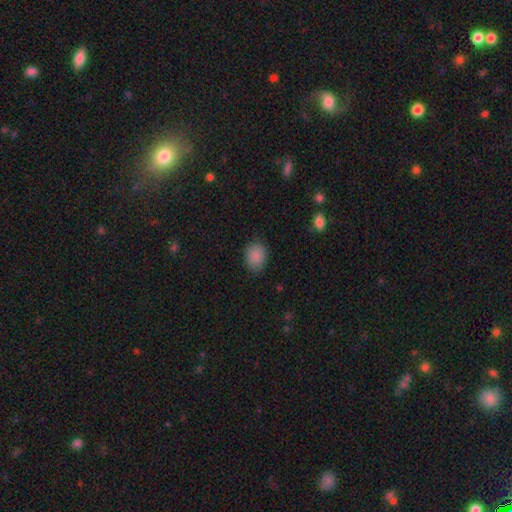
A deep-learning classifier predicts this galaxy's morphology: Smooth or featured? smooth (88%)
How rounded? in between (62%)
Merging? none (83%)